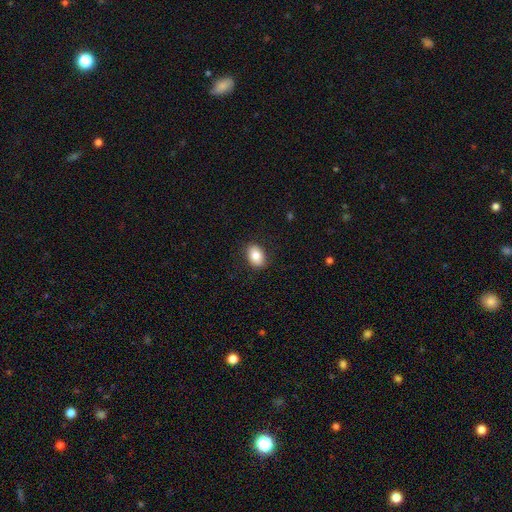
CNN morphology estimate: A smooth galaxy with no disk features (84%) that is in between round and cigar-shaped (78%). Merging: none (88%).